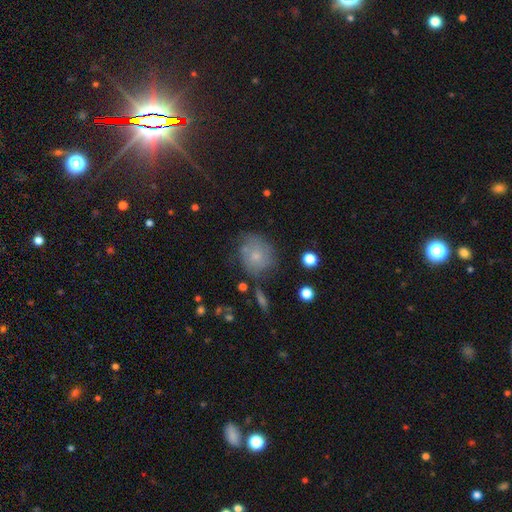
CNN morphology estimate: Smooth or featured? smooth (58%)
How rounded? round (76%)
Merging? none (56%)